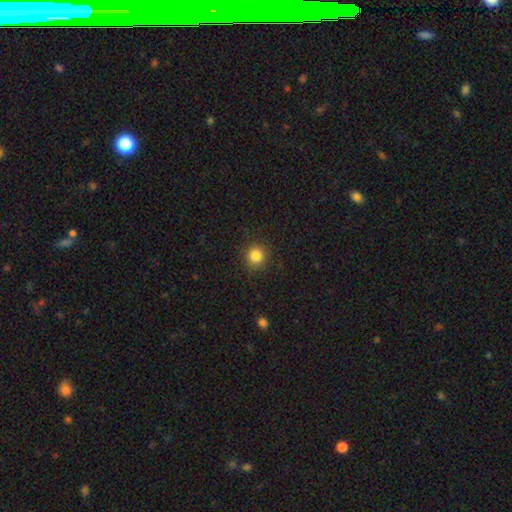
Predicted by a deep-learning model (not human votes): Smooth or featured: smooth — 84% (star or artifact — 11%)
How rounded: round — 91% (in between — 8%)
Merging: none — 90% (minor disturbance — 7%)